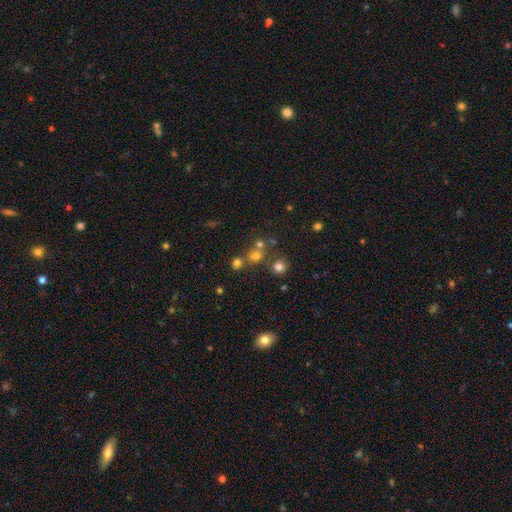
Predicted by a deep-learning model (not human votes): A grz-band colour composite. It shows a smooth galaxy with no disk features (56%) that is round (87%). Merging: none (64%).